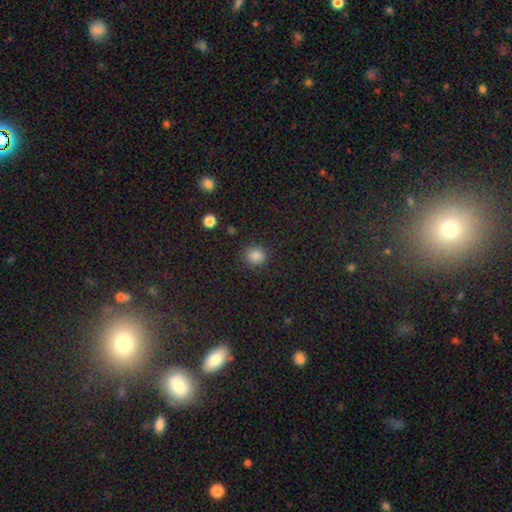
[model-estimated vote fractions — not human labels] This appears to be a smooth galaxy with no disk features (84%) that is round (85%). Merging: none (87%).